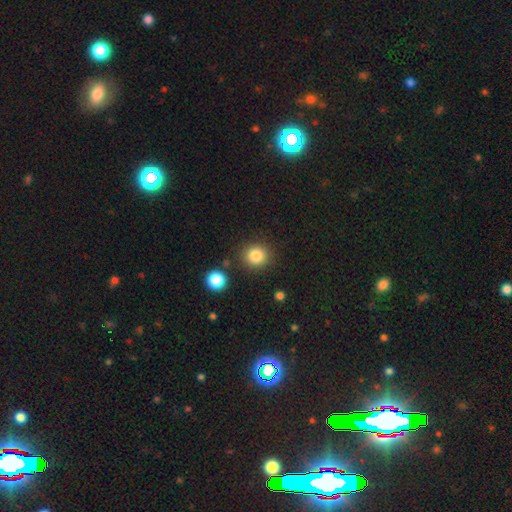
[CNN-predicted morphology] Smooth or featured: smooth — 84% (star or artifact — 11%)
How rounded: round — 86% (in between — 13%)
Merging: none — 85% (minor disturbance — 8%)